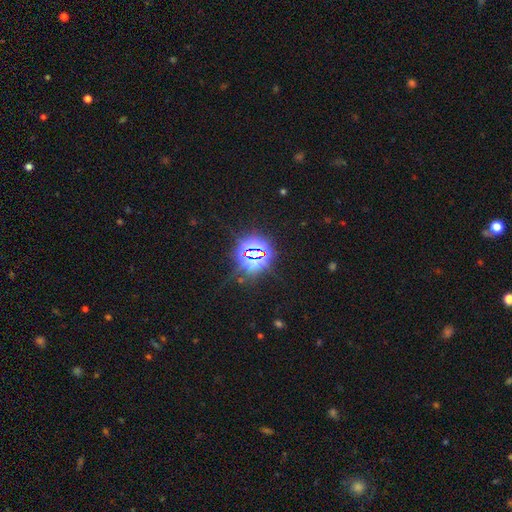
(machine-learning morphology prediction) Smooth or featured? Predicted: star or artifact (p=0.81).